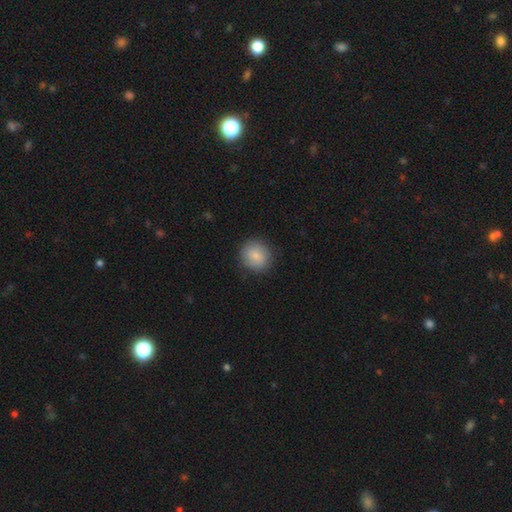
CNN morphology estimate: Smooth or featured: smooth — 85% (featured or disk — 8%)
How rounded: round — 88% (in between — 11%)
Merging: none — 88% (minor disturbance — 9%)